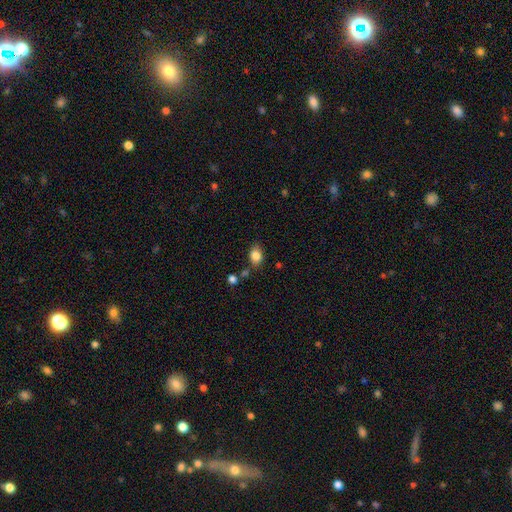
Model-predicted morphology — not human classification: This appears to be a smooth galaxy with no disk features (84%) that is in between round and cigar-shaped (73%). Merging: none (73%).